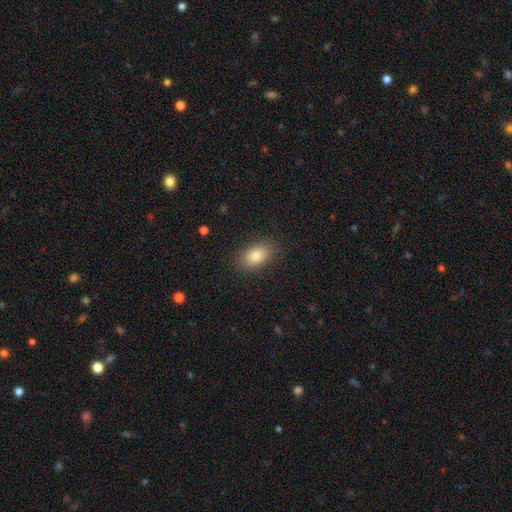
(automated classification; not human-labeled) smooth 83%, featured or disk 8%, star or artifact 8%. Down the decision tree: how rounded — in between (88%); merging — none (86%).